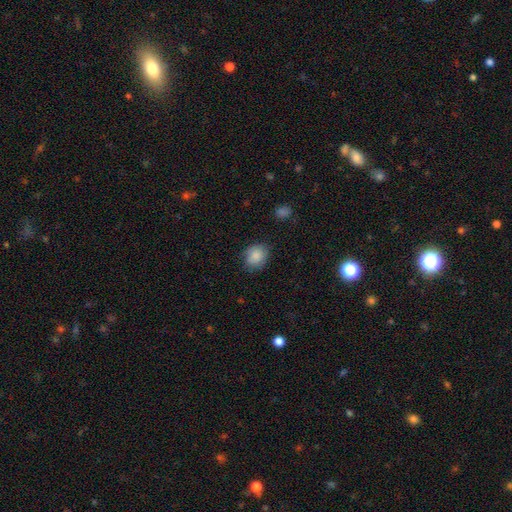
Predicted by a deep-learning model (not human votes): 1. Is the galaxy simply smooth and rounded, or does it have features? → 86% smooth, 8% star or artifact, 7% featured or disk.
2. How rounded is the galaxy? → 60% round, 39% in between, 1% cigar-shaped.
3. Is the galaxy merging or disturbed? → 77% none, 18% minor disturbance, 4% major disturbance, 1% merger.